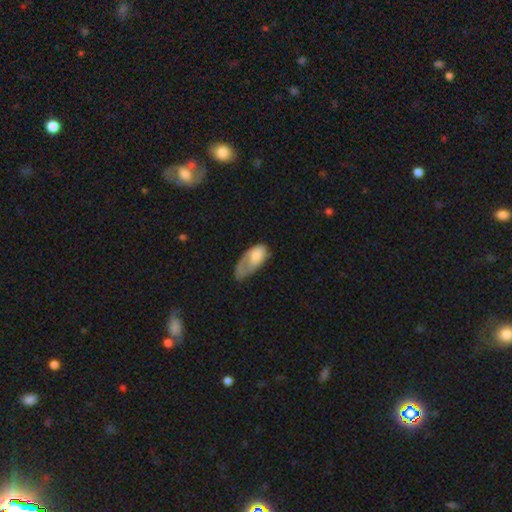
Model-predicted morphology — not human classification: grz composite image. It shows a smooth galaxy with no disk features (63%) that is in between round and cigar-shaped (90%). Merging: major disturbance (46%).